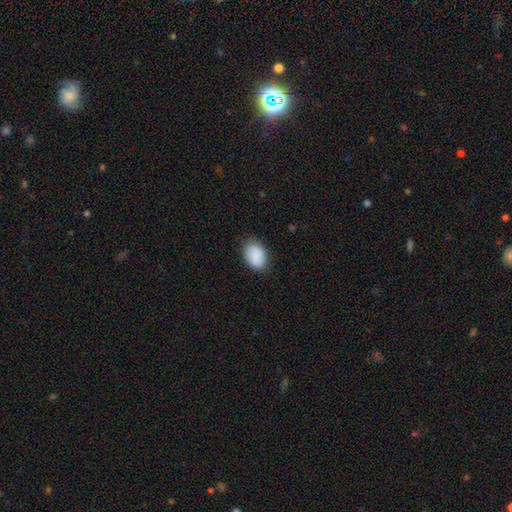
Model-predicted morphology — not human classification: Smooth or featured: smooth — 89% (star or artifact — 6%)
How rounded: in between — 83% (round — 16%)
Merging: none — 82% (minor disturbance — 15%)